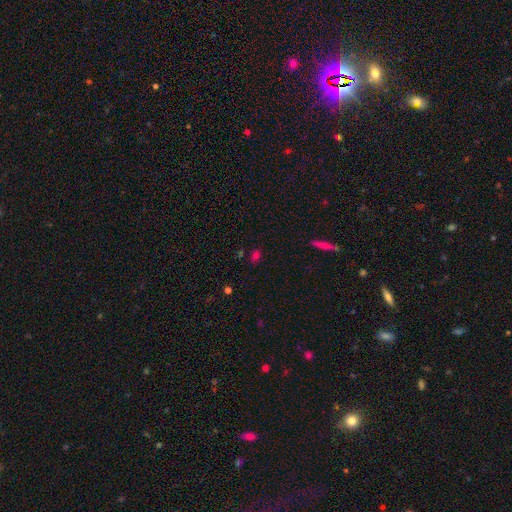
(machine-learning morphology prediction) This appears to be a smooth galaxy with no disk features (64%) that is in between round and cigar-shaped (75%). Merging: none (78%).